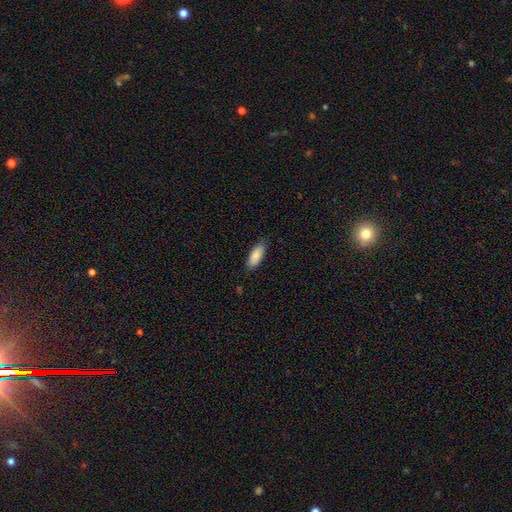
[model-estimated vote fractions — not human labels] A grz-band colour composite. It shows a smooth galaxy with no disk features (84%) that is in between round and cigar-shaped (77%). Merging: none (83%).